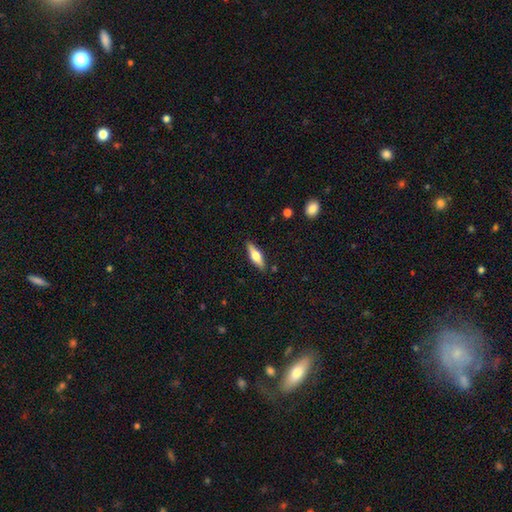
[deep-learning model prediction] Q: Smooth or featured?
A: featured or disk (47%); tied with: smooth (47%)
Q: Merging?
A: none (88%); runner-up: minor disturbance (9%)